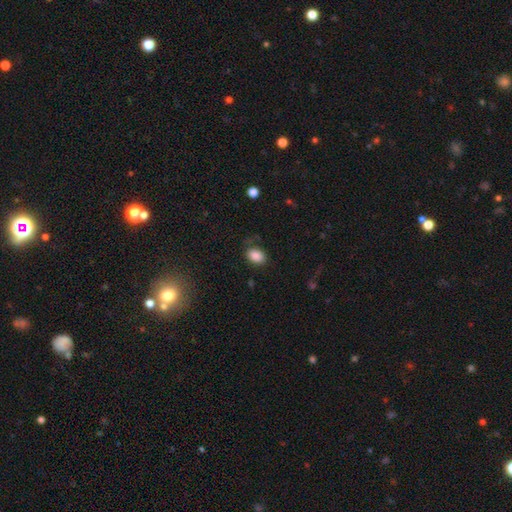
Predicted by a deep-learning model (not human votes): smooth 87%, star or artifact 9%, featured or disk 5%. Down the decision tree: how rounded — in between (79%); merging — none (74%).